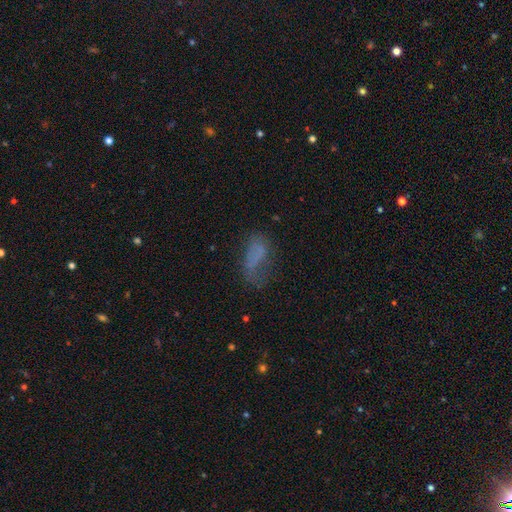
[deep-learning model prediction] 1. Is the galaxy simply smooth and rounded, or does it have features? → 58% smooth, 26% featured or disk, 16% star or artifact.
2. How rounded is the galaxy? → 85% in between, 10% cigar-shaped, 5% round.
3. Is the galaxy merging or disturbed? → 39% none, 31% major disturbance, 26% minor disturbance, 4% merger.